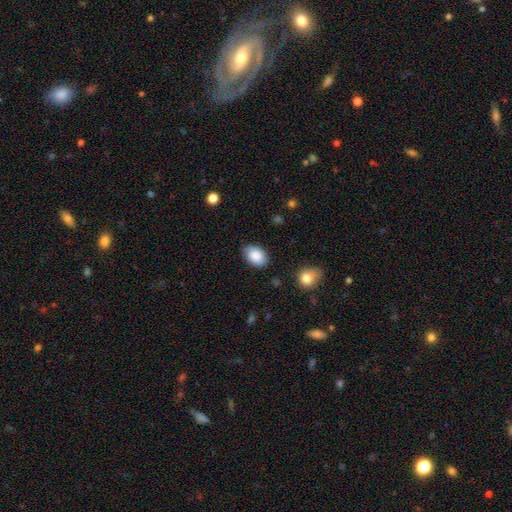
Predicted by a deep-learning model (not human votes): This appears to be a smooth galaxy with no disk features (87%) that is in between round and cigar-shaped (86%). Merging: none (82%).